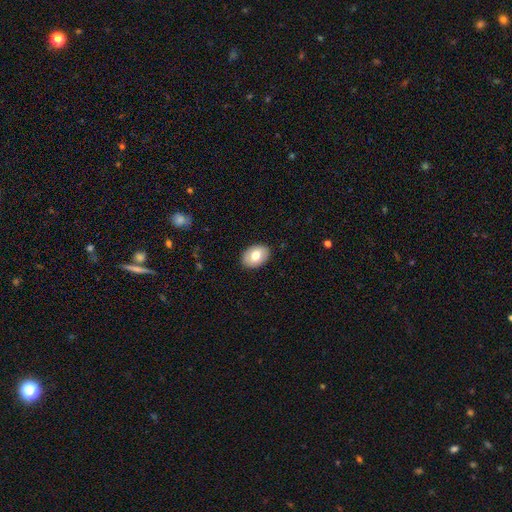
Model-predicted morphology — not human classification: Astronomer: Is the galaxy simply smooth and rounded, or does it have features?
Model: smooth — 76%.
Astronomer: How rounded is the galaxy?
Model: in between — 81%.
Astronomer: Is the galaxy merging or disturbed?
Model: none — 89%.